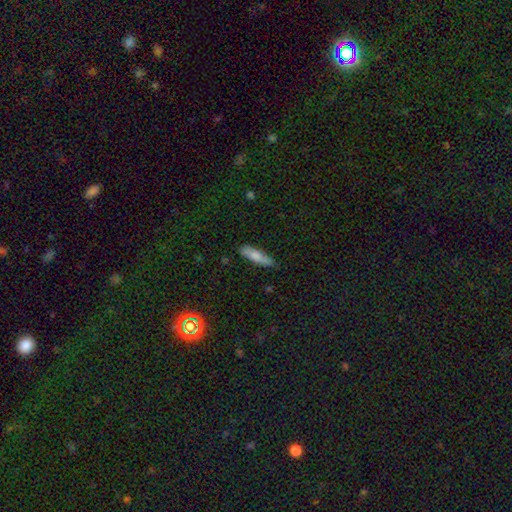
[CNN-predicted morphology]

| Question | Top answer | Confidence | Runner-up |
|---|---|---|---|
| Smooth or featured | smooth | 78% | featured or disk (16%) |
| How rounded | cigar-shaped | 70% | in between (28%) |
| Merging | none | 80% | minor disturbance (16%) |